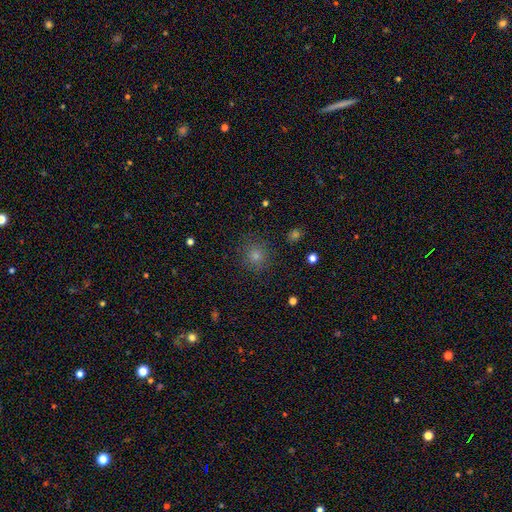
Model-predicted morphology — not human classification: This is likely a smooth galaxy (79%). How rounded: clearly round (90%). Merging: clearly none (86%).